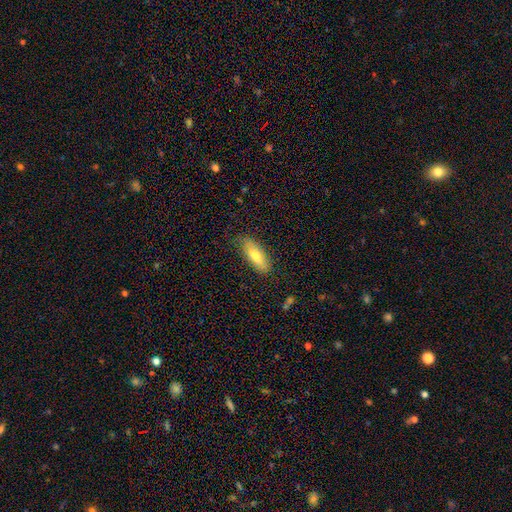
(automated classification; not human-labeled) This is likely a smooth galaxy (73%). How rounded: likely in between (69%). Merging: likely none (79%).